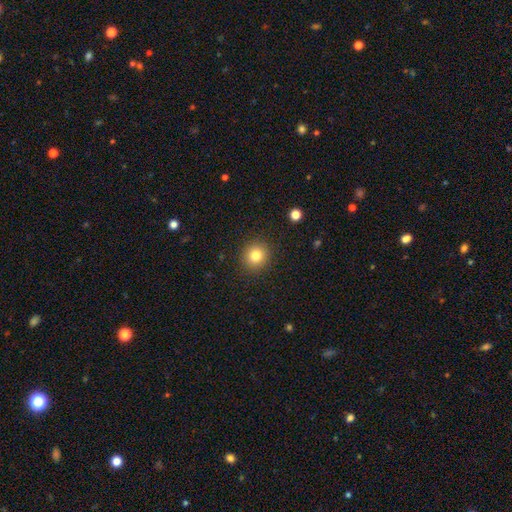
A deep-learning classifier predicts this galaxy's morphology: This appears to be a smooth galaxy with no disk features (81%) that is round (89%). Merging: none (90%).